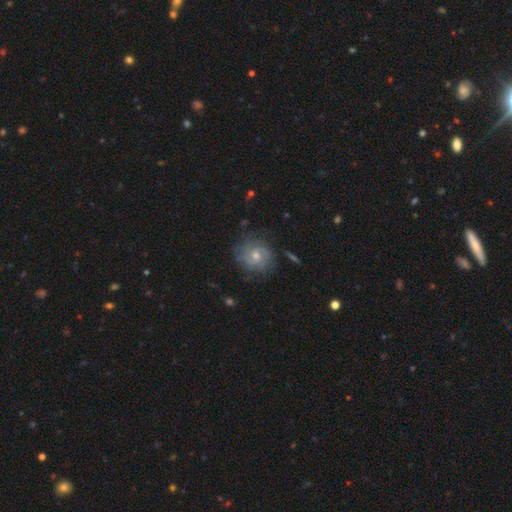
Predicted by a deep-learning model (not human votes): smooth_or_featured: featured or disk (p=0.60) [alt: smooth p=0.26]
disk_edge_on: no (p=0.97) [alt: yes p=0.03]
bar: no (p=0.73) [alt: weak p=0.23]
has_spiral_arms: yes (p=0.84) [alt: no p=0.16]
bulge_size: moderate (p=0.55) [alt: small p=0.40]
merging: none (p=0.75) [alt: minor disturbance p=0.16]